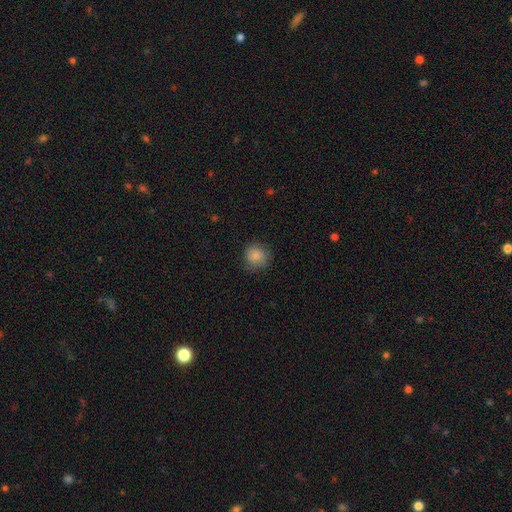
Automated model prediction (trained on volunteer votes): Smooth or featured: smooth — 86% (star or artifact — 9%)
How rounded: round — 91% (in between — 8%)
Merging: none — 84% (minor disturbance — 12%)